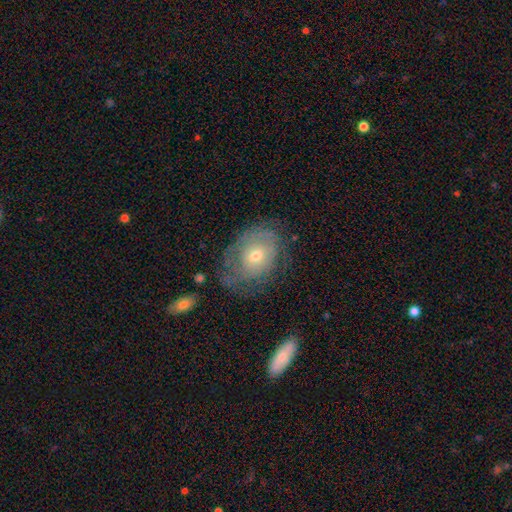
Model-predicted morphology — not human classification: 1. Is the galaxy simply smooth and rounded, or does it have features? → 56% featured or disk, 35% smooth, 9% star or artifact.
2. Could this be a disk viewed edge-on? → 94% no, 6% yes.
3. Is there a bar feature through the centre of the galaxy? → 81% no, 16% weak, 3% strong.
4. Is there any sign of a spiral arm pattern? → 63% yes, 37% no.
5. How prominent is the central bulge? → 51% small, 45% moderate, 3% large, 1% none, 1% dominant.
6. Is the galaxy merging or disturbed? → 60% none, 23% minor disturbance, 15% major disturbance, 2% merger.